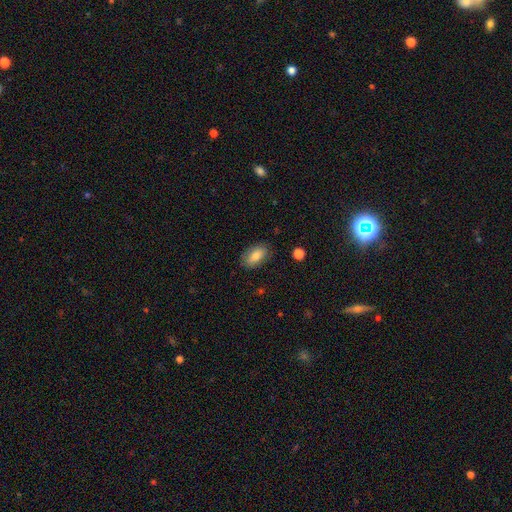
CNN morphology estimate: Smooth or featured: smooth — 80% (featured or disk — 13%)
How rounded: in between — 91% (round — 5%)
Merging: none — 83% (minor disturbance — 13%)